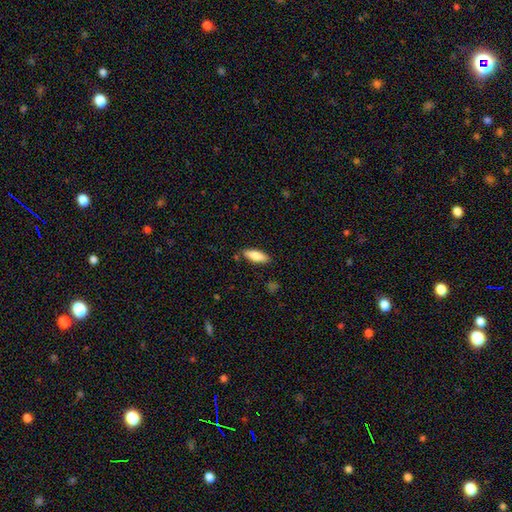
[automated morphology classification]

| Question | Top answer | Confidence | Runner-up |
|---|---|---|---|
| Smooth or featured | smooth | 82% | featured or disk (12%) |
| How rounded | in between | 63% | cigar-shaped (35%) |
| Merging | none | 83% | minor disturbance (12%) |